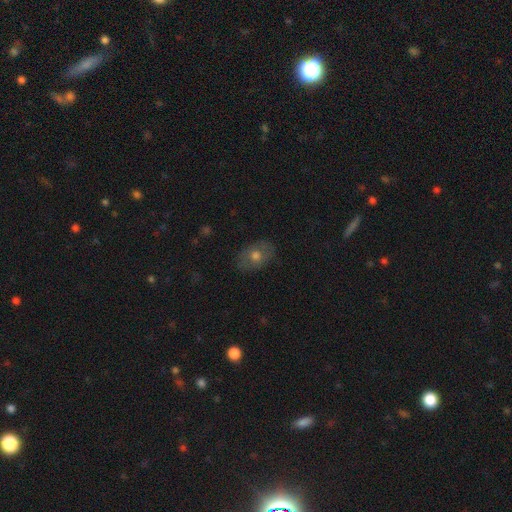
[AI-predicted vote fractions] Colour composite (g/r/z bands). It shows a smooth galaxy with no disk features (61%) that is in between round and cigar-shaped (77%). Merging: none (83%).